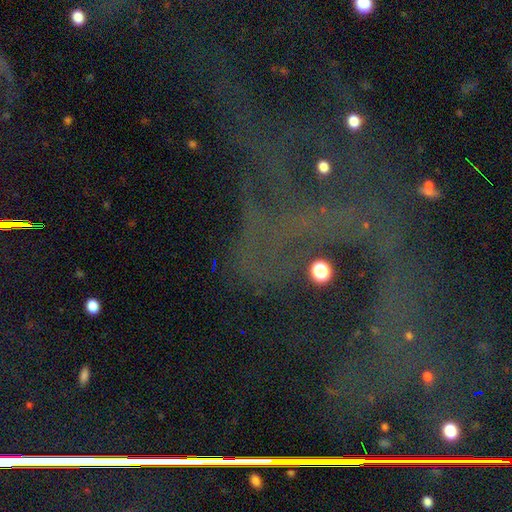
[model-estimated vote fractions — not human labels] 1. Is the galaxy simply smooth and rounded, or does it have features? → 74% star or artifact, 16% featured or disk, 11% smooth.